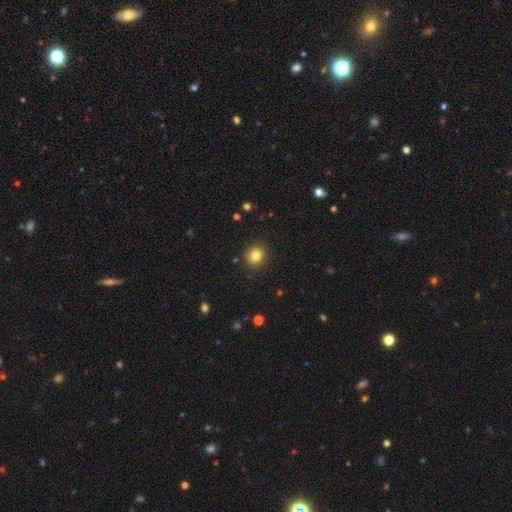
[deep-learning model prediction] smooth-or-featured: smooth: 82% | star or artifact: 12% | featured or disk: 7%
  how-rounded: round: 78% | in between: 21% | cigar-shaped: 1%
  merging: none: 89% | minor disturbance: 8% | major disturbance: 2% | merger: 1%